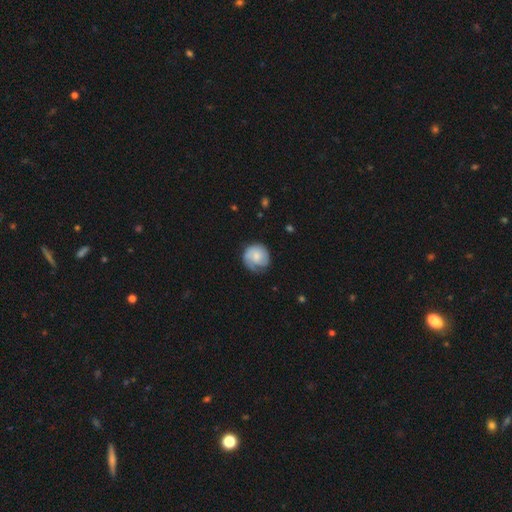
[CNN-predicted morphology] A smooth galaxy with no disk features (58%) that is round (89%). Merging: none (65%).